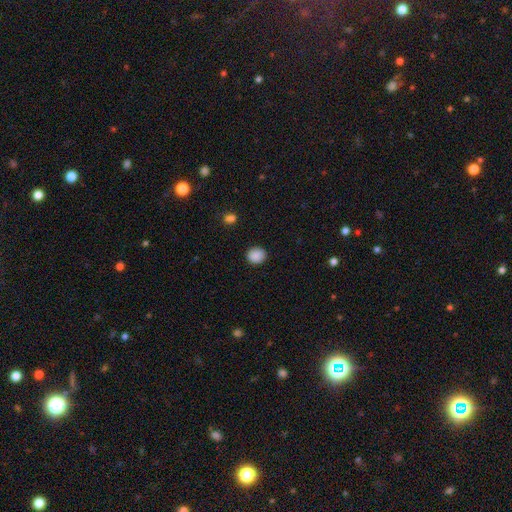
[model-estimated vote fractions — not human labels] Smooth or featured? smooth (88%)
How rounded? round (81%)
Merging? none (90%)